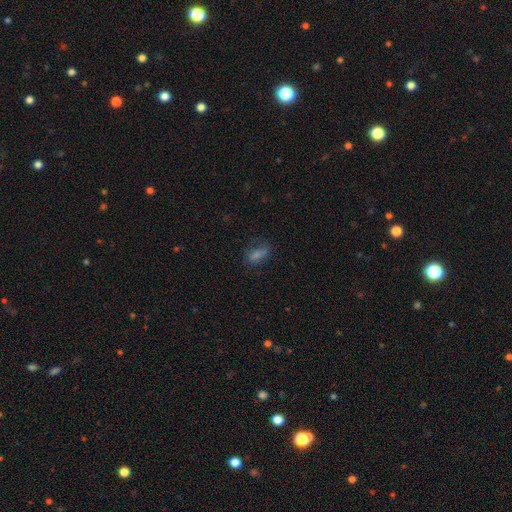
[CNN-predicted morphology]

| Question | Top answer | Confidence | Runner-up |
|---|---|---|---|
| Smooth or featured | smooth | 63% | star or artifact (20%) |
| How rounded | in between | 64% | cigar-shaped (29%) |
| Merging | none | 64% | minor disturbance (22%) |